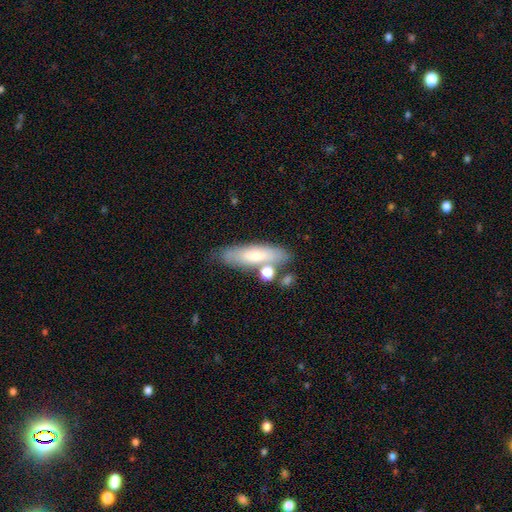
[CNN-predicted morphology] Overall: smooth (61%; featured or disk 31%). How rounded: cigar-shaped (59%; in between 38%). Merging: none (65%).